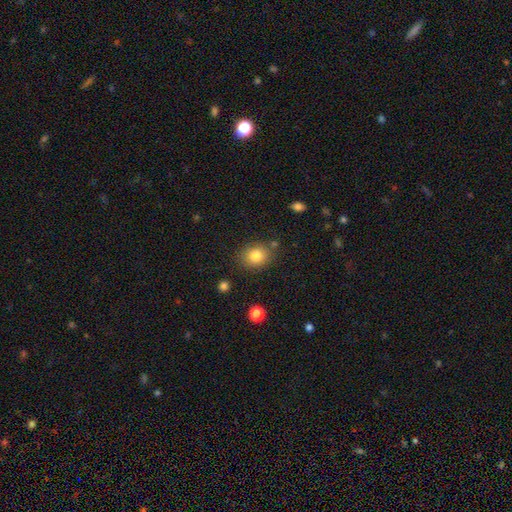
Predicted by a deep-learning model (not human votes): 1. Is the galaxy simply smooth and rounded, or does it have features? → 81% smooth, 11% star or artifact, 9% featured or disk.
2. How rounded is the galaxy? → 62% round, 37% in between, 1% cigar-shaped.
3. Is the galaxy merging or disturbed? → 80% none, 12% minor disturbance, 5% merger, 3% major disturbance.